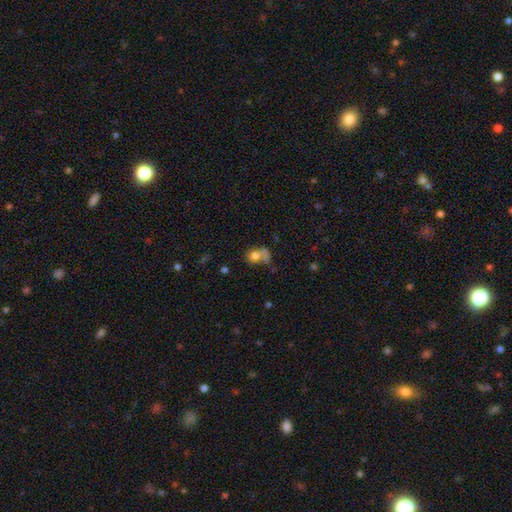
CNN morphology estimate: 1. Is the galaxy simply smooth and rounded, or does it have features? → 74% smooth, 14% featured or disk, 12% star or artifact.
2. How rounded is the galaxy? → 61% round, 37% in between, 1% cigar-shaped.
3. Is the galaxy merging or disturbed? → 34% merger, 32% none, 19% major disturbance, 16% minor disturbance.